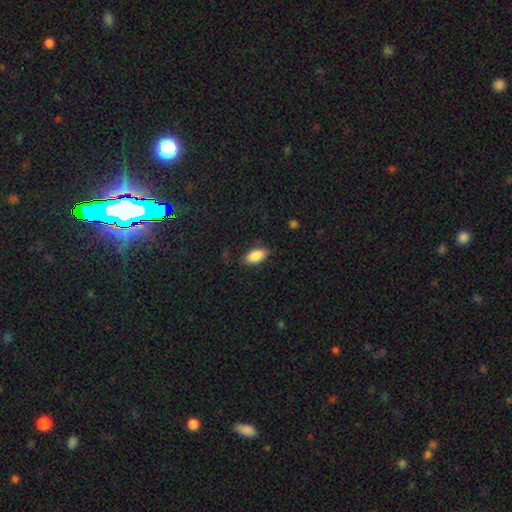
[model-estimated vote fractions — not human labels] The model was most divided on "merging": none: 82%, minor disturbance: 13%, major disturbance: 3%, merger: 1%. More confident: how rounded — in between (92%); smooth or featured — smooth (89%).